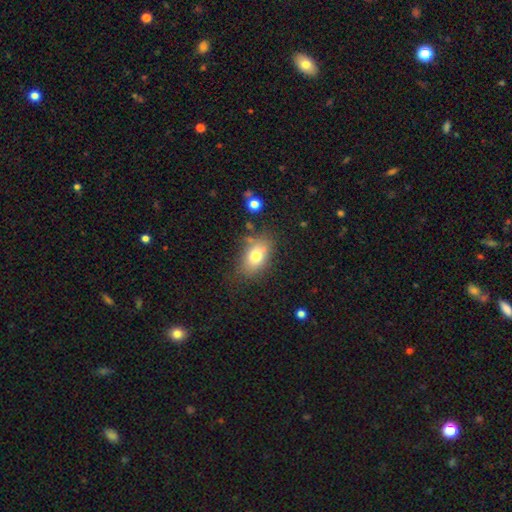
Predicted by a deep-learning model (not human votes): Q: Smooth or featured?
A: smooth (75%); runner-up: featured or disk (15%)
Q: How rounded?
A: in between (84%); runner-up: round (14%)
Q: Merging?
A: none (68%); runner-up: minor disturbance (20%)